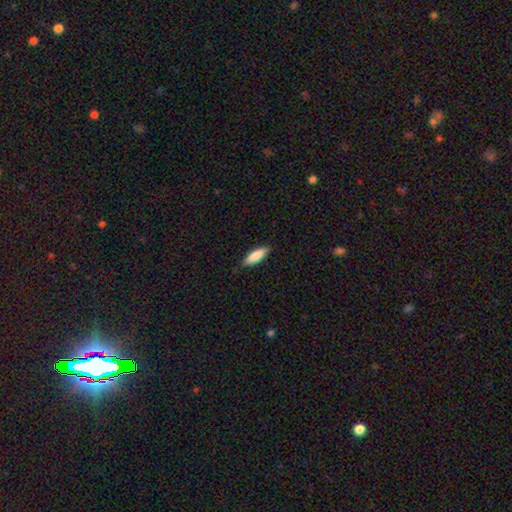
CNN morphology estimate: smooth 84%, featured or disk 10%, star or artifact 6%. Down the decision tree: how rounded — cigar-shaped (51%); merging — none (85%).